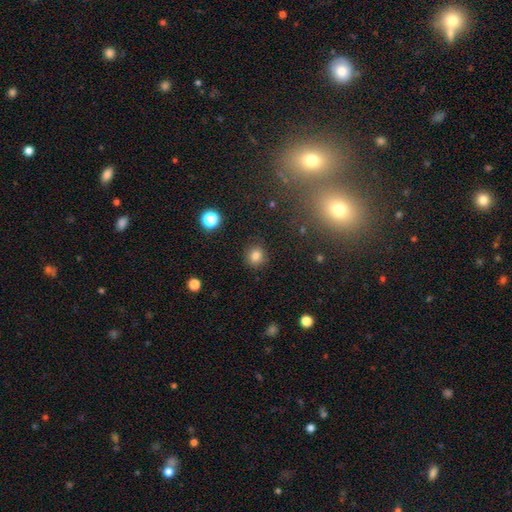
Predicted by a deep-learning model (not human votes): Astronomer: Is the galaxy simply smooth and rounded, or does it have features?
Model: smooth — 81%.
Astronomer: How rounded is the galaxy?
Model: round — 87%.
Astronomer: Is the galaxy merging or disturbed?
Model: none — 89%.